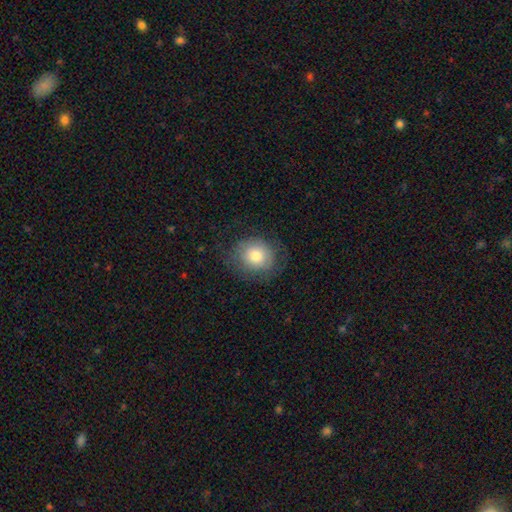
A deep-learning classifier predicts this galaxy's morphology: A smooth galaxy with no disk features (73%) that is round (76%). Merging: none (71%).